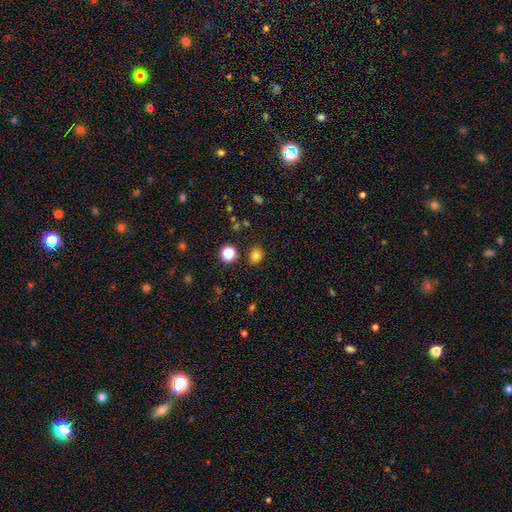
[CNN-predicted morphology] Smooth or featured? Predicted: smooth (p=0.79). How rounded? Predicted: round (p=0.76). Merging? Predicted: none (p=0.87).